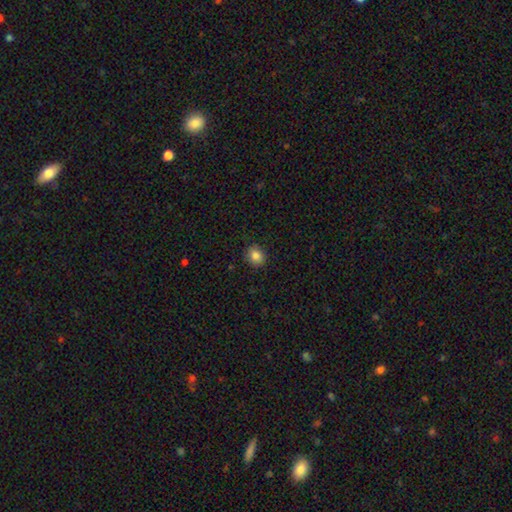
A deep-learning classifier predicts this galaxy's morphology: smooth_or_featured: smooth (p=0.84) [alt: star or artifact p=0.10]
how_rounded: round (p=0.72) [alt: in between p=0.27]
merging: none (p=0.88) [alt: minor disturbance p=0.08]